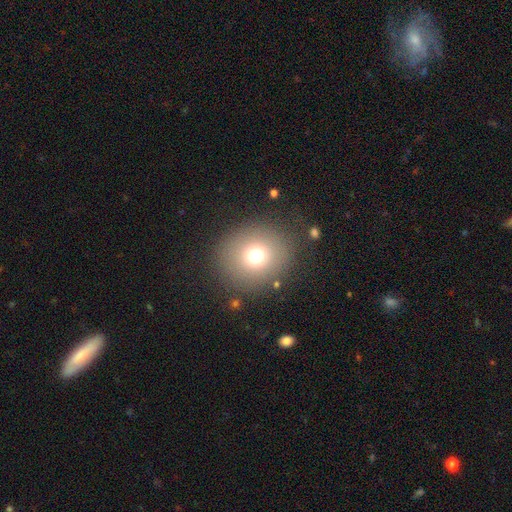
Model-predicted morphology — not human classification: The model was most divided on "smooth or featured": smooth: 72%, star or artifact: 16%, featured or disk: 11%. More confident: how rounded — round (88%); merging — none (86%).